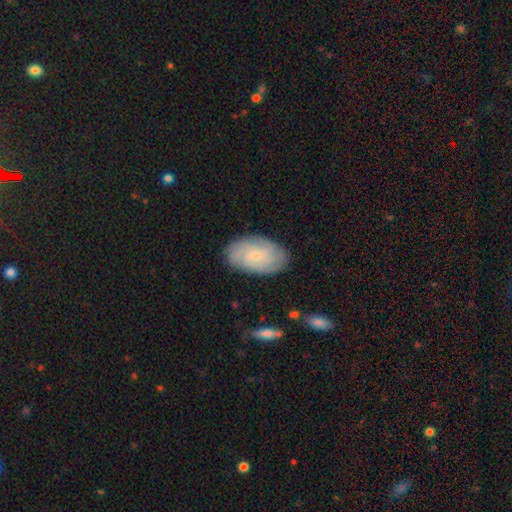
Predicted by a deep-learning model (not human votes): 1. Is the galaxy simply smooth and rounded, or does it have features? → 58% featured or disk, 34% smooth, 8% star or artifact.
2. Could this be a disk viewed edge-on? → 96% no, 4% yes.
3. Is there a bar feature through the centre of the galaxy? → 77% no, 21% weak, 3% strong.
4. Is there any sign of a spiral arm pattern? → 90% yes, 10% no.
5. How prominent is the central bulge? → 78% small, 15% moderate, 5% none, 1% large, 1% dominant.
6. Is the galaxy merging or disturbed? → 83% none, 13% minor disturbance, 3% major disturbance, 1% merger.